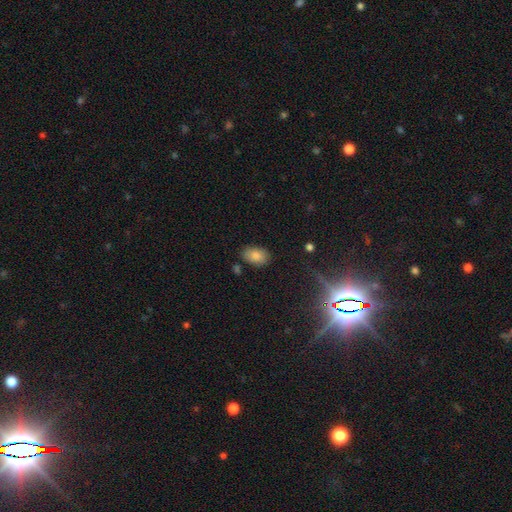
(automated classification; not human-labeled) Overall: smooth (85%). How rounded: in between (89%). Merging: none (82%).